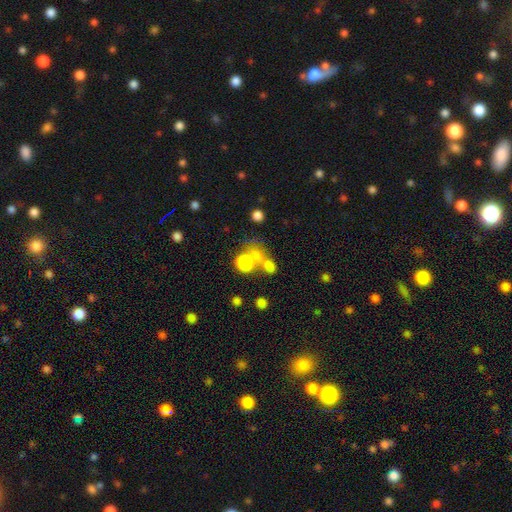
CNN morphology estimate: Smooth or featured?
  - smooth: 73% *
  - star or artifact: 14%
  - featured or disk: 13%
How rounded?
  - round: 59% *
  - in between: 39%
  - cigar-shaped: 2%
Merging?
  - merger: 48% *
  - none: 33%
  - major disturbance: 10%
  - minor disturbance: 10%